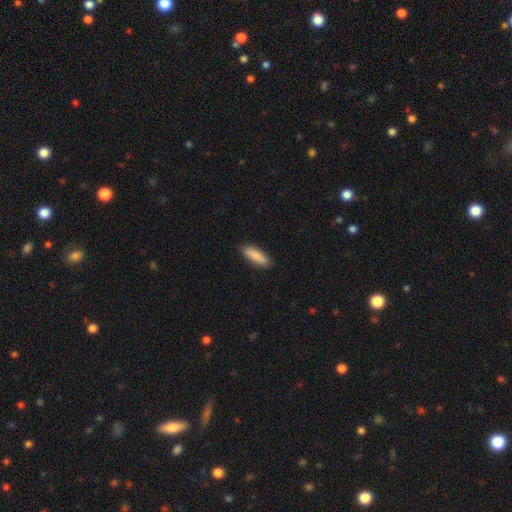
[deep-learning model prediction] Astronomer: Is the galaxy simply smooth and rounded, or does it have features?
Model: smooth — 86%.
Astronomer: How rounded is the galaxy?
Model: in between — 58% (runner-up: cigar-shaped, 40%).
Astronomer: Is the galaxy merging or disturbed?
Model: none — 88%.